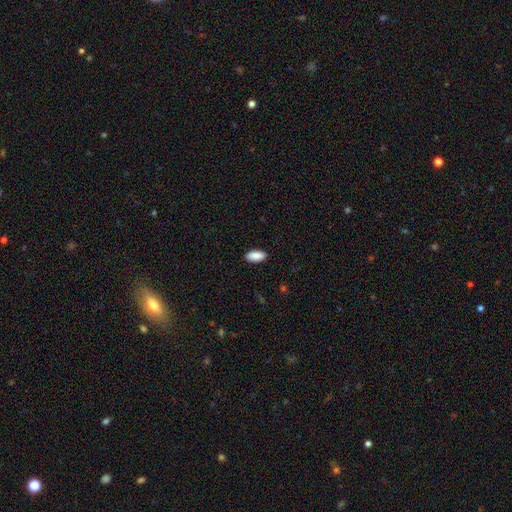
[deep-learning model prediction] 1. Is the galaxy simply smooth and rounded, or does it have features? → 90% smooth, 6% star or artifact, 3% featured or disk.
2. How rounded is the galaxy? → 91% in between, 7% cigar-shaped, 2% round.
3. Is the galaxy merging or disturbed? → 90% none, 8% minor disturbance, 2% major disturbance, 1% merger.